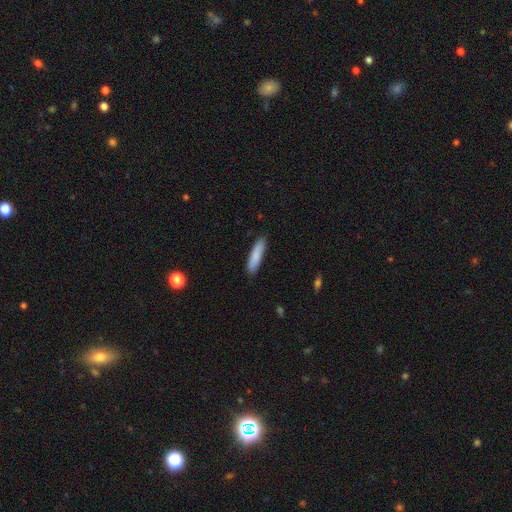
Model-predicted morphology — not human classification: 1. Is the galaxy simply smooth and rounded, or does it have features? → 82% smooth, 12% featured or disk, 6% star or artifact.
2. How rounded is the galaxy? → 76% cigar-shaped, 22% in between, 1% round.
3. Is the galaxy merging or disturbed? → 87% none, 10% minor disturbance, 2% major disturbance, 1% merger.